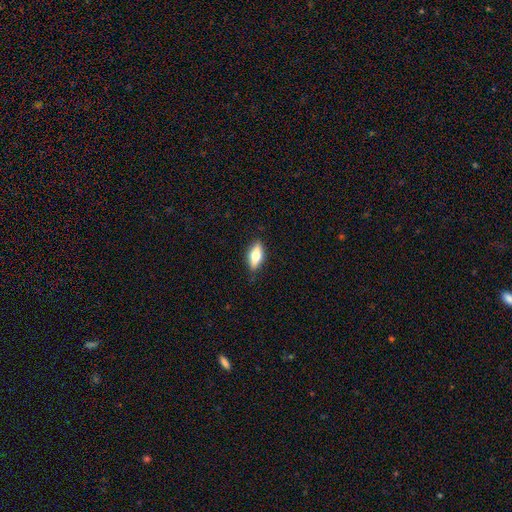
A smooth galaxy with no disk features (53%) that is in between round and cigar-shaped (75%). Merging: none (78%).